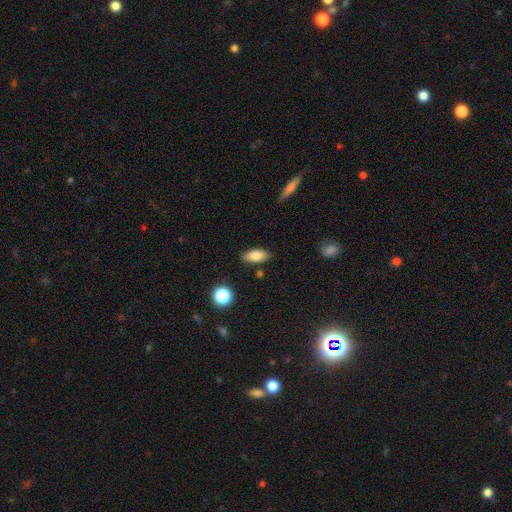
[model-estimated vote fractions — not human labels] This is clearly a smooth galaxy (82%). How rounded: clearly in between (86%). Merging: clearly none (84%).